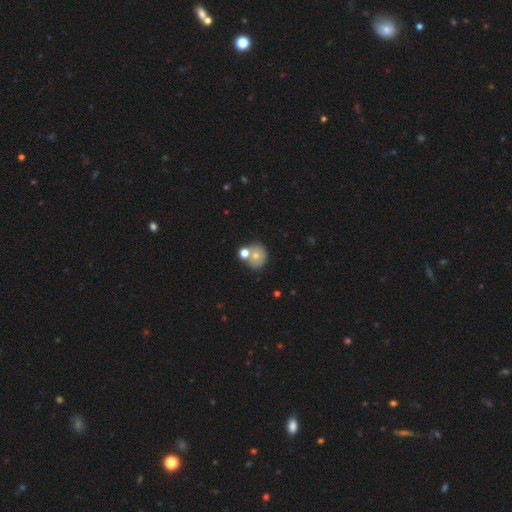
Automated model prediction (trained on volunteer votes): Smooth or featured?
  - smooth: 69% *
  - featured or disk: 19%
  - star or artifact: 12%
How rounded?
  - round: 84% *
  - in between: 15%
  - cigar-shaped: 1%
Merging?
  - none: 54% *
  - merger: 31%
  - minor disturbance: 11%
  - major disturbance: 4%